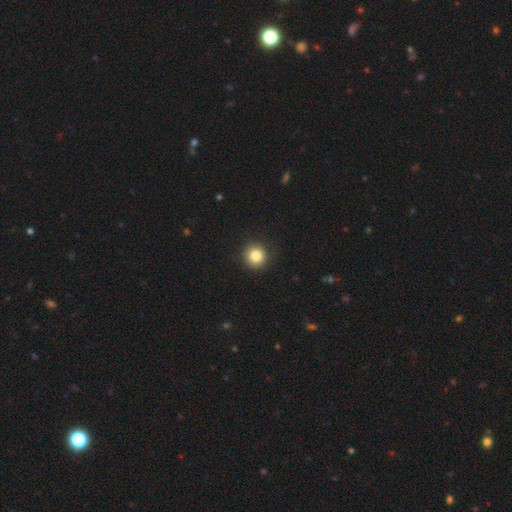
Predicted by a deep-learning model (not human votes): Morphology: type=smooth (85%); roundness=round (93%); merging=none (91%).